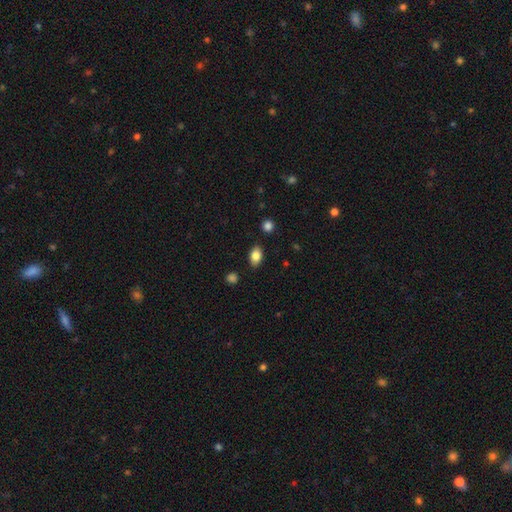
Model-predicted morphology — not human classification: Smooth or featured: smooth — 83% (star or artifact — 9%)
How rounded: in between — 86% (round — 12%)
Merging: none — 86% (minor disturbance — 10%)